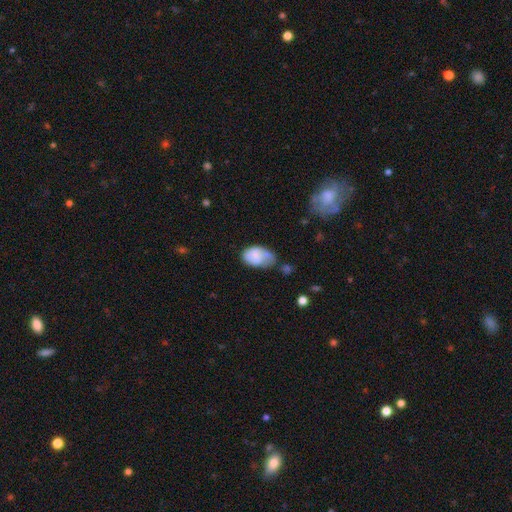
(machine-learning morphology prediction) smooth_or_featured: smooth (p=0.70) [alt: featured or disk p=0.22]
how_rounded: in between (p=0.89) [alt: round p=0.10]
merging: minor disturbance (p=0.39) [alt: none p=0.30]